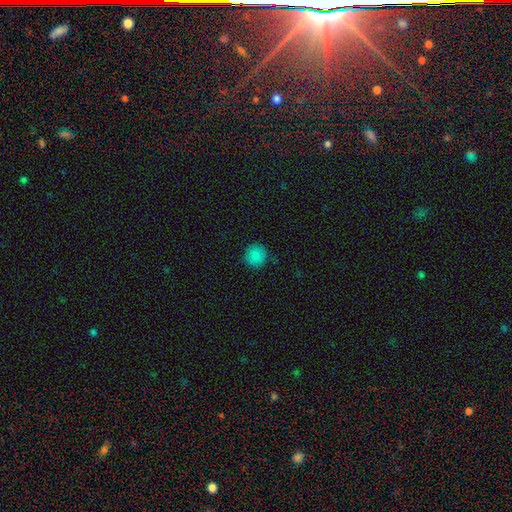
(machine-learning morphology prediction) Smooth or featured? Predicted: smooth (p=0.85). How rounded? Predicted: round (p=0.92). Merging? Predicted: none (p=0.89).